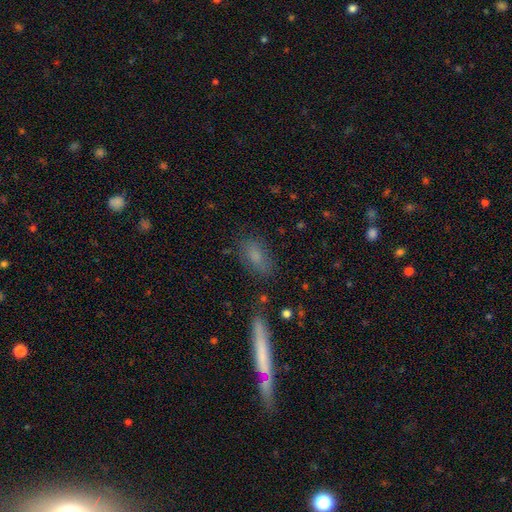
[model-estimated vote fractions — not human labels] smooth 76%, featured or disk 13%, star or artifact 11%. Down the decision tree: how rounded — in between (79%); merging — none (76%).